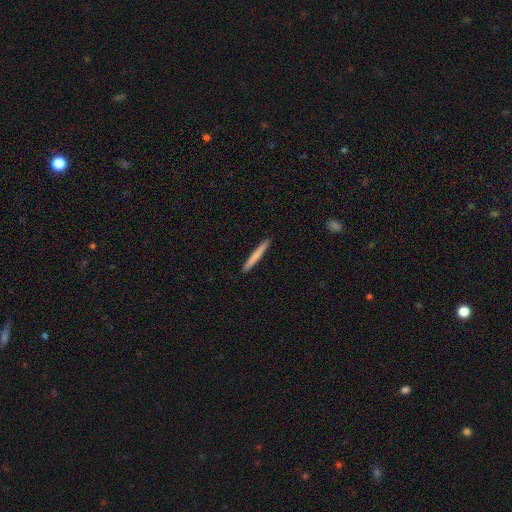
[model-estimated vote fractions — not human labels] Q: Smooth or featured?
A: smooth (72%); runner-up: featured or disk (23%)
Q: How rounded?
A: cigar-shaped (97%); runner-up: in between (2%)
Q: Merging?
A: none (93%); runner-up: minor disturbance (5%)